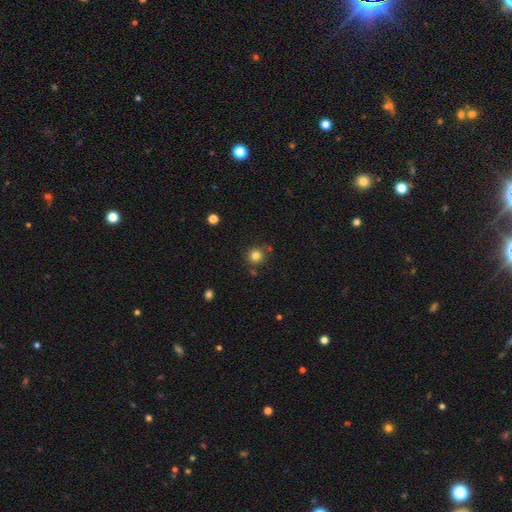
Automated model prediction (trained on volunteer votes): smooth_or_featured: smooth (p=0.81) [alt: star or artifact p=0.13]
how_rounded: round (p=0.92) [alt: in between p=0.07]
merging: none (p=0.79) [alt: minor disturbance p=0.11]